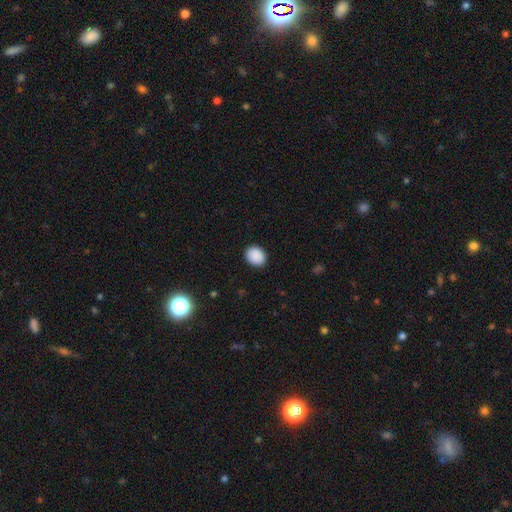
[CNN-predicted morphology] smooth-or-featured: smooth: 90% | star or artifact: 8% | featured or disk: 2%
  how-rounded: round: 53% | in between: 46% | cigar-shaped: 1%
  merging: none: 90% | minor disturbance: 7% | major disturbance: 2% | merger: 1%